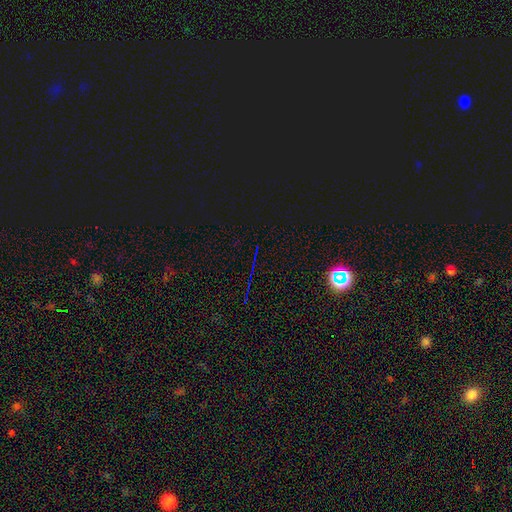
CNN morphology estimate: type=star or artifact (82%).